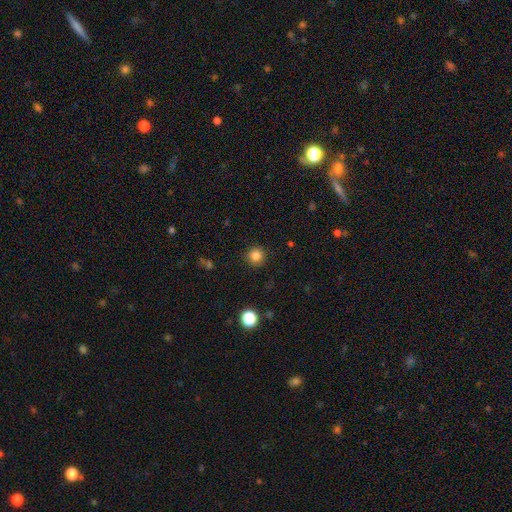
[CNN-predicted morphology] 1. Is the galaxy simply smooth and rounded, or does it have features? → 83% smooth, 12% star or artifact, 5% featured or disk.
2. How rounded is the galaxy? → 94% round, 5% in between, 1% cigar-shaped.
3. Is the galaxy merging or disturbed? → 91% none, 6% minor disturbance, 2% major disturbance, 1% merger.